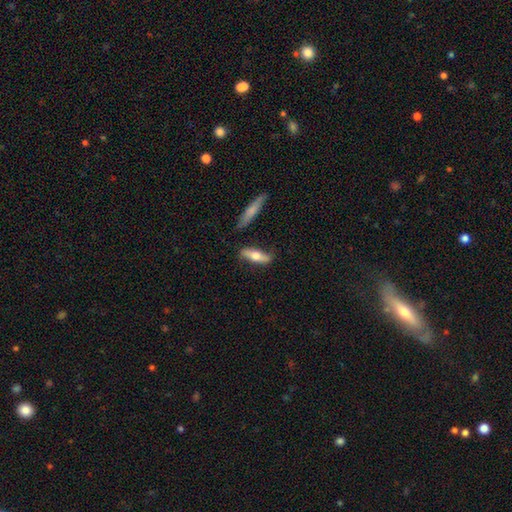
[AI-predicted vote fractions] smooth_or_featured: smooth (p=0.51) [alt: featured or disk p=0.43]
how_rounded: cigar-shaped (p=0.56) [alt: in between p=0.41]
merging: none (p=0.77) [alt: minor disturbance p=0.15]